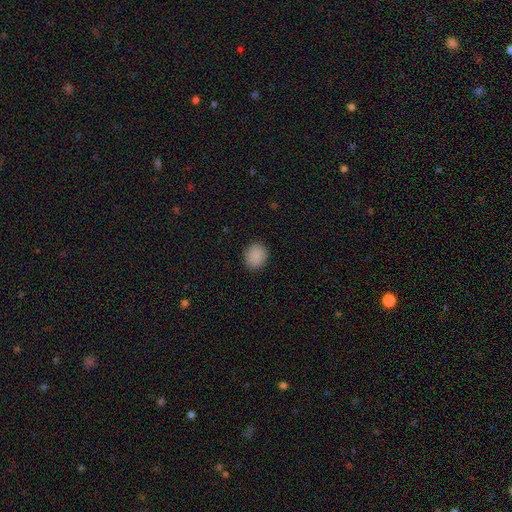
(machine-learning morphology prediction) Smooth or featured? Predicted: smooth (p=0.88). How rounded? Predicted: round (p=0.73). Merging? Predicted: none (p=0.90).